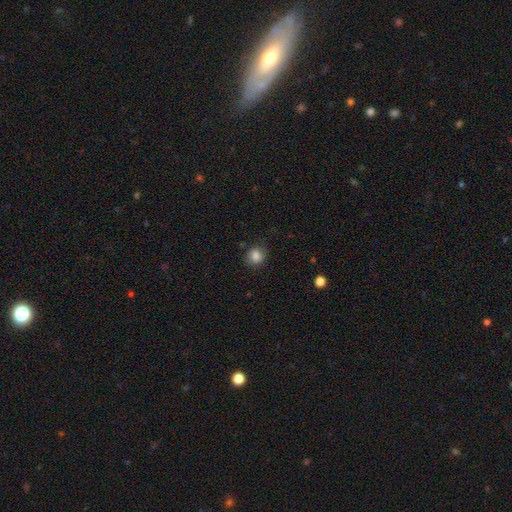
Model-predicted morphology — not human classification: A smooth galaxy with no disk features (84%) that is round (74%). Merging: none (82%).